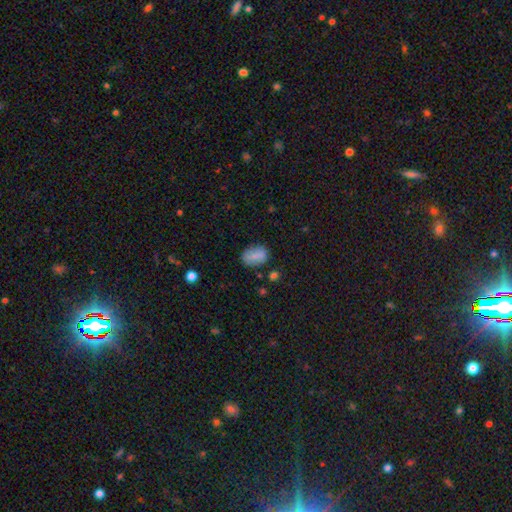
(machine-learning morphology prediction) A smooth galaxy with no disk features (78%) that is in between round and cigar-shaped (85%). Merging: none (79%).